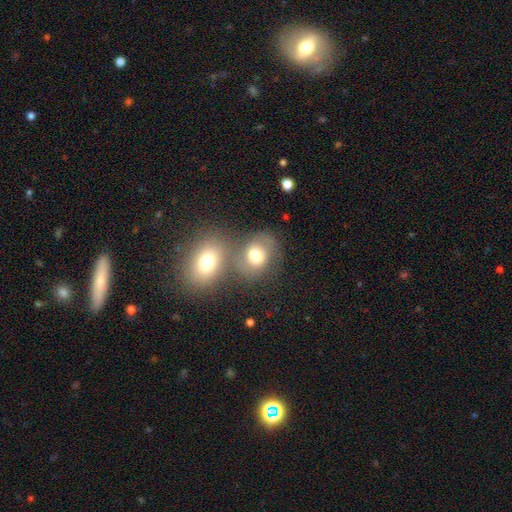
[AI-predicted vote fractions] This appears to be a smooth galaxy with no disk features (69%) that is round (51%). Merging: merger (44%).